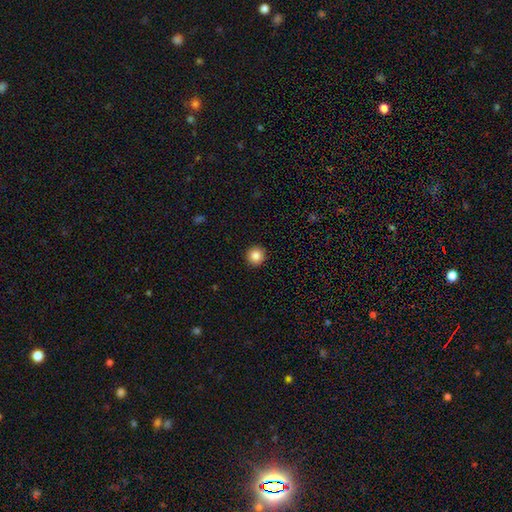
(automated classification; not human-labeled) This appears to be a smooth galaxy with no disk features (86%) that is round (95%). Merging: none (93%).